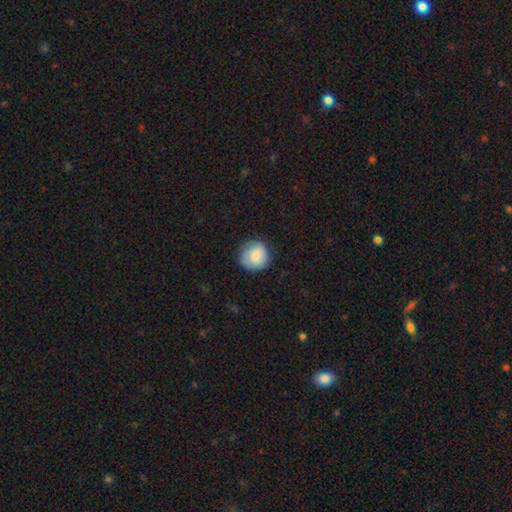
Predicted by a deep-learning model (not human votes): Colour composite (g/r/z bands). It shows a smooth galaxy with no disk features (79%) that is round (90%). Merging: none (76%).